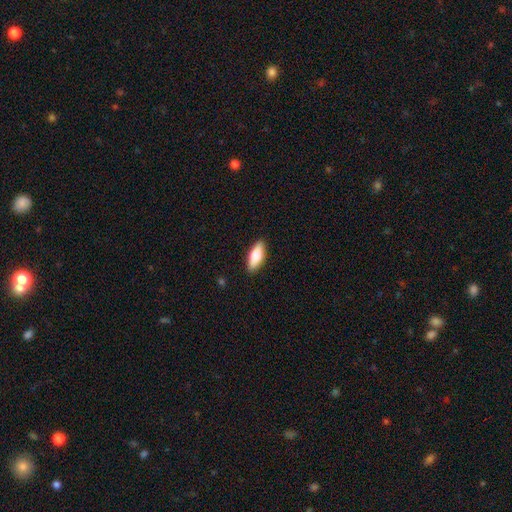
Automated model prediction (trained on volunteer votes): This appears to be a smooth galaxy with no disk features (71%) that is in between round and cigar-shaped (72%). Merging: none (89%).